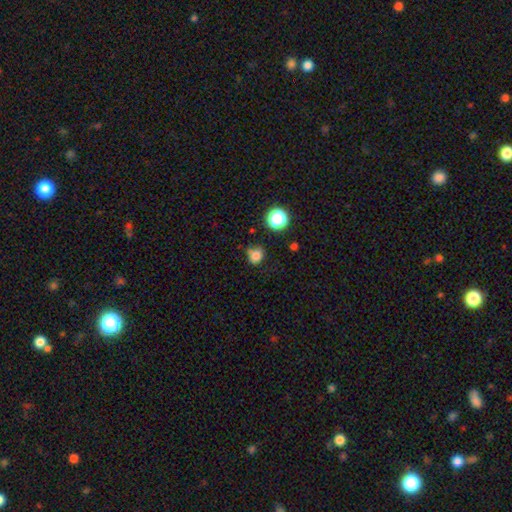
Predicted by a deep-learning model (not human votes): A smooth galaxy with no disk features (79%) that is round (73%).

Vote fractions:
- Smooth or featured? smooth: 79% / star or artifact: 15% / featured or disk: 6%
- How rounded? round: 73% / in between: 26% / cigar-shaped: 1%
- Merging? none: 65% / minor disturbance: 22% / merger: 7% / major disturbance: 6%